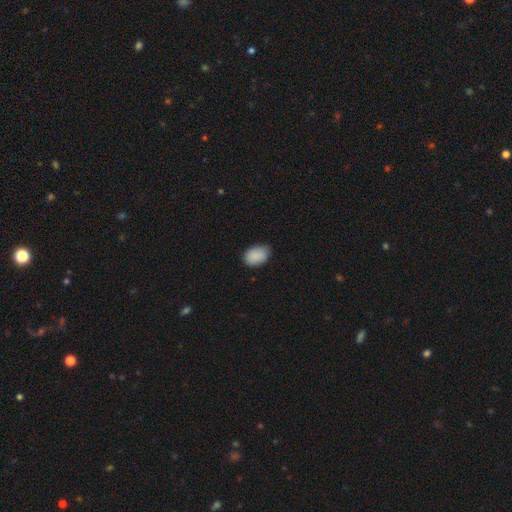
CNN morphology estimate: A smooth galaxy with no disk features (89%) that is in between round and cigar-shaped (85%).

Vote fractions:
- Smooth or featured? smooth: 89% / star or artifact: 7% / featured or disk: 4%
- How rounded? in between: 85% / round: 14% / cigar-shaped: 1%
- Merging? none: 74% / minor disturbance: 22% / major disturbance: 3% / merger: 1%